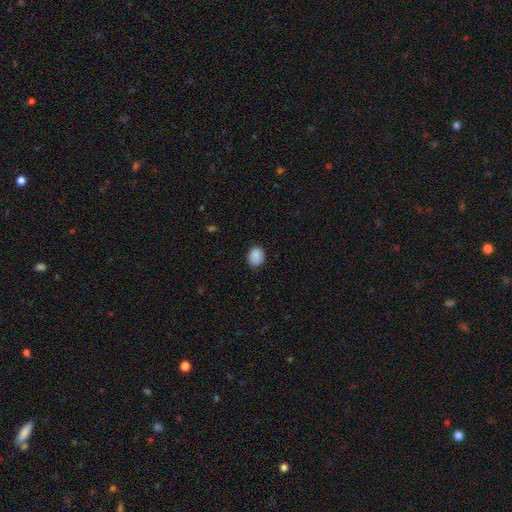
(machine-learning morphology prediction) This is clearly a smooth galaxy (88%). How rounded: likely round (61%). Merging: clearly none (83%).